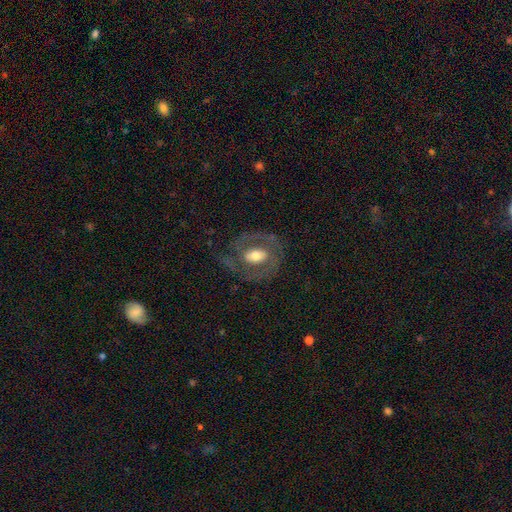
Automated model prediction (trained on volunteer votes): Overall: featured or disk (64%; smooth 29%). Edge-on disk: no (94%). Bar: no (46%; weak 33%). Spiral arms: yes (57%; no 43%). Bulge size: moderate (57%; large 26%). Merging: none (66%).